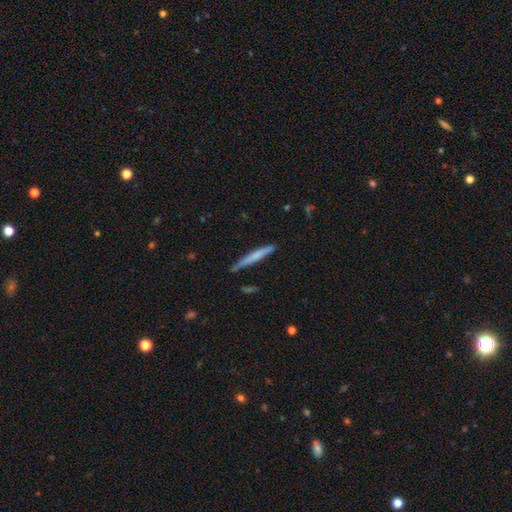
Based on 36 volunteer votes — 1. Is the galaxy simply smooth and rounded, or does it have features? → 58% smooth, 39% featured or disk, 3% star or artifact.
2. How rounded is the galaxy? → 100% cigar-shaped, 0% round, 0% in between.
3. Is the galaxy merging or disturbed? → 83% none, 9% minor disturbance, 9% merger, 0% major disturbance.